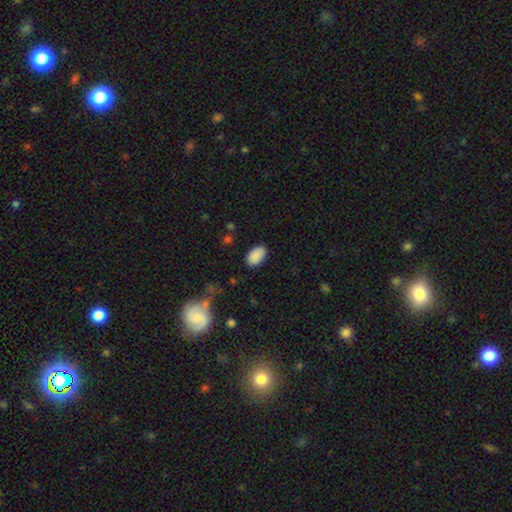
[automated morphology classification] Smooth or featured? smooth (89%)
How rounded? in between (93%)
Merging? none (85%)